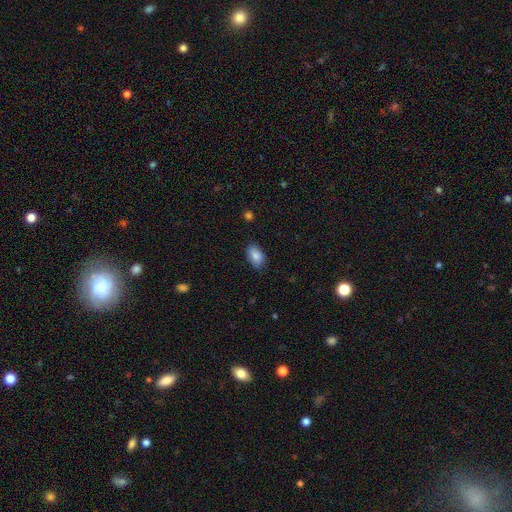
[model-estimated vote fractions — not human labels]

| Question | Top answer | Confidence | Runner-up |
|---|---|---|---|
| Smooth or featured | smooth | 85% | featured or disk (7%) |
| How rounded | in between | 91% | round (7%) |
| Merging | none | 83% | minor disturbance (13%) |